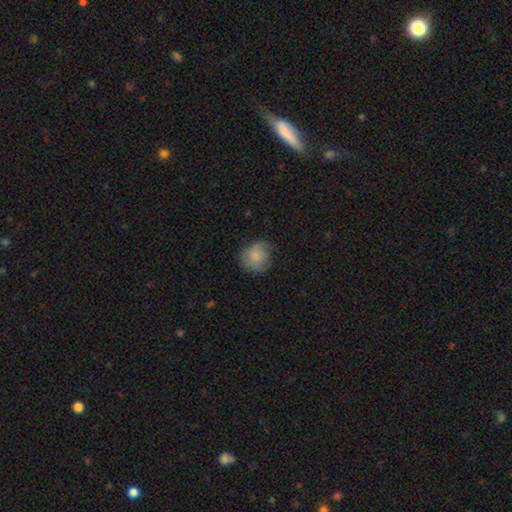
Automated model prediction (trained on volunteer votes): Smooth or featured? smooth (79%)
How rounded? round (80%)
Merging? none (63%)